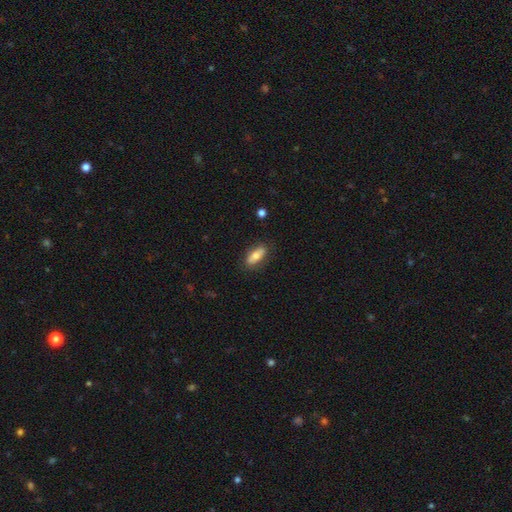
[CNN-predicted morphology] A smooth galaxy with no disk features (70%) that is in between round and cigar-shaped (75%). Merging: none (81%).